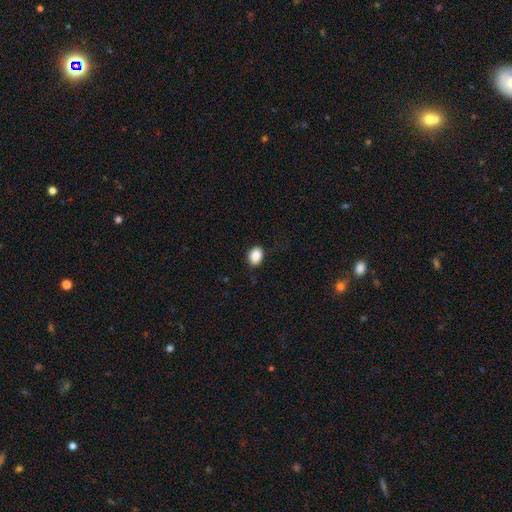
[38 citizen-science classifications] smooth-or-featured: smooth: 97% | star or artifact: 3% | featured or disk: 0%
  how-rounded: in between: 70% | round: 30% | cigar-shaped: 0%
  merging: none: 86% | minor disturbance: 11% | major disturbance: 3% | merger: 0%